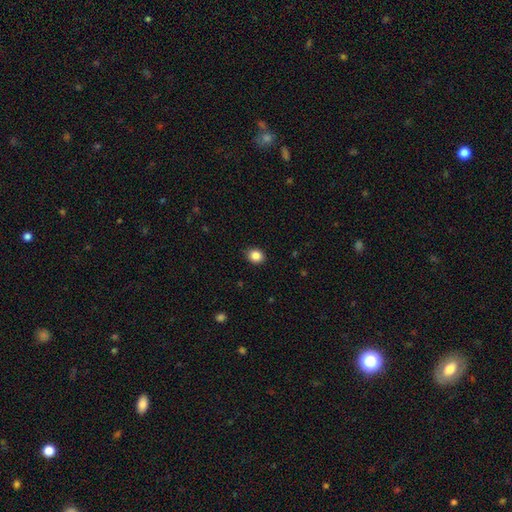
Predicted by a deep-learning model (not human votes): smooth 86%, star or artifact 10%, featured or disk 4%. Down the decision tree: how rounded — round (69%); merging — none (88%).